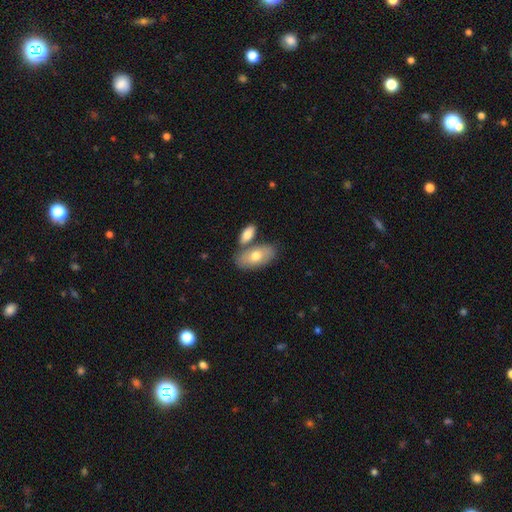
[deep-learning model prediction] This appears to be a smooth galaxy with no disk features (71%) that is in between round and cigar-shaped (92%). Merging: none (58%).